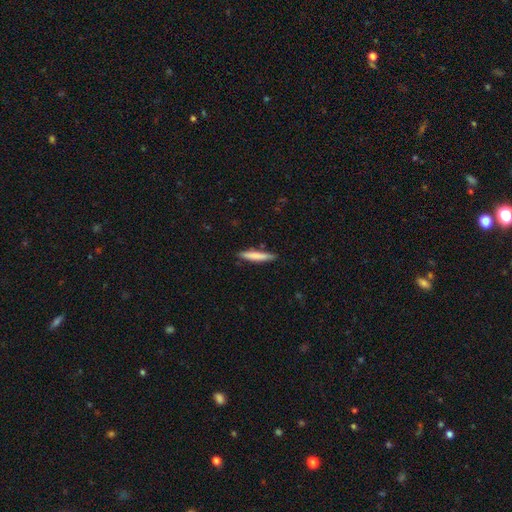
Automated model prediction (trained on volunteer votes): This is likely a smooth galaxy (77%). How rounded: clearly cigar-shaped (90%). Merging: clearly none (84%).